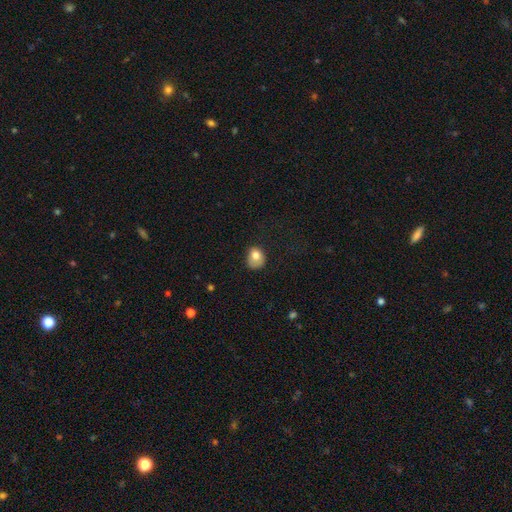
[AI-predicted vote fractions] A smooth galaxy with no disk features (77%) that is round (61%). Merging: none (48%).